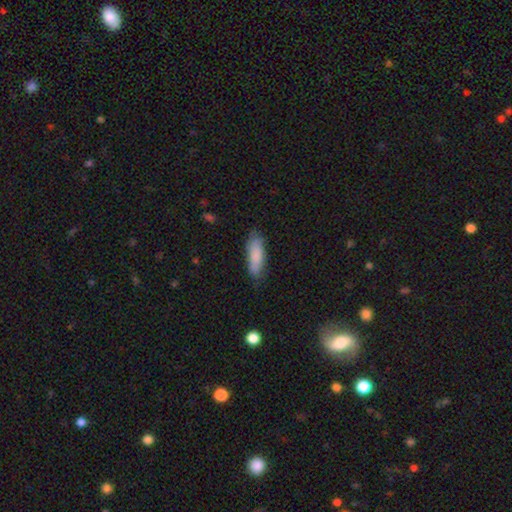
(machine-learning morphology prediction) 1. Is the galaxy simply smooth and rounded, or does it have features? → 84% smooth, 10% featured or disk, 6% star or artifact.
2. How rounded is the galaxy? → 51% in between, 47% cigar-shaped, 2% round.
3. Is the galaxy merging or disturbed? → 75% none, 20% minor disturbance, 4% major disturbance, 2% merger.